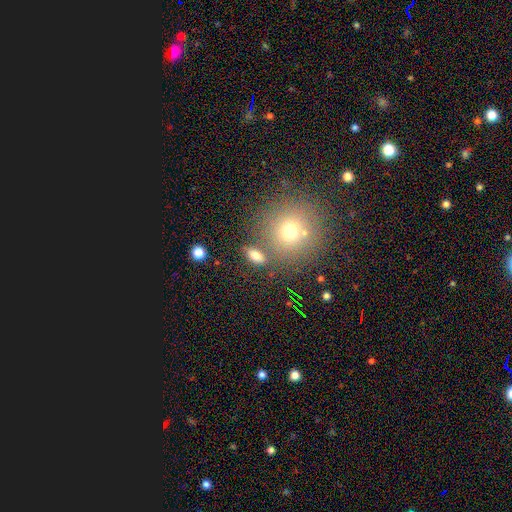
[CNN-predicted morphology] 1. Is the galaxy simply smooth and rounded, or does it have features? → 73% smooth, 15% star or artifact, 12% featured or disk.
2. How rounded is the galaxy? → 77% in between, 14% round, 9% cigar-shaped.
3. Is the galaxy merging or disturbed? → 75% none, 11% minor disturbance, 9% merger, 5% major disturbance.